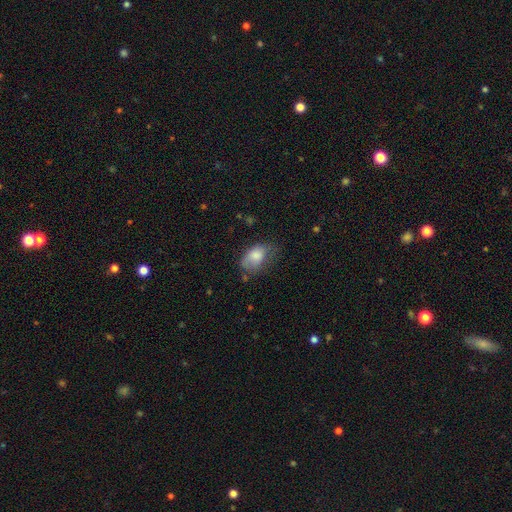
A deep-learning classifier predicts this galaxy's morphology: The model was most divided on "merging": none: 40%, minor disturbance: 37%, major disturbance: 20%, merger: 3%. More confident: how rounded — in between (85%); smooth or featured — smooth (78%).